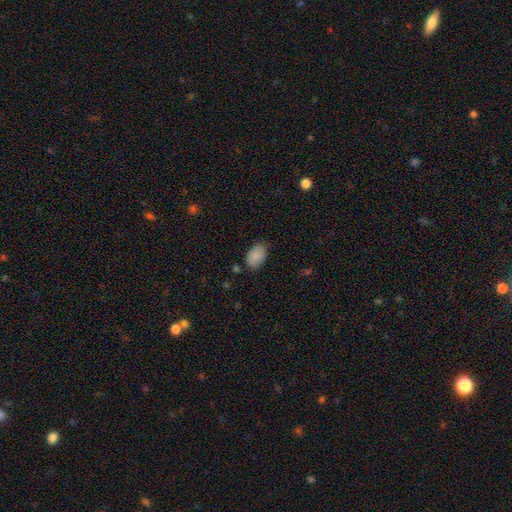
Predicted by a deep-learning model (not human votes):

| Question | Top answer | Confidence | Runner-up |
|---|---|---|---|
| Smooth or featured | smooth | 88% | star or artifact (7%) |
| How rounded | in between | 89% | round (10%) |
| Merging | none | 79% | minor disturbance (17%) |